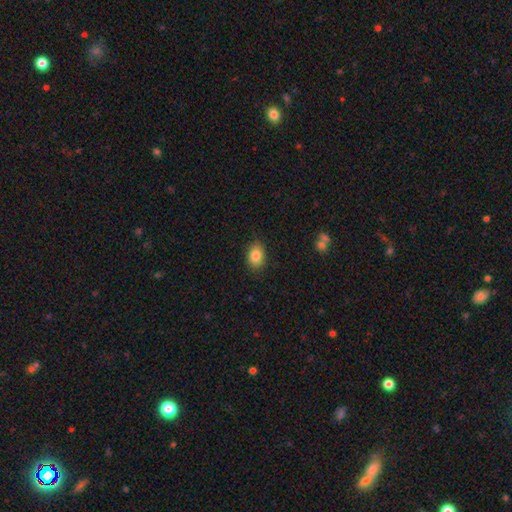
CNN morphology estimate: smooth-or-featured: smooth: 84% | star or artifact: 8% | featured or disk: 7%
  how-rounded: in between: 80% | round: 19% | cigar-shaped: 1%
  merging: none: 85% | minor disturbance: 11% | major disturbance: 2% | merger: 1%